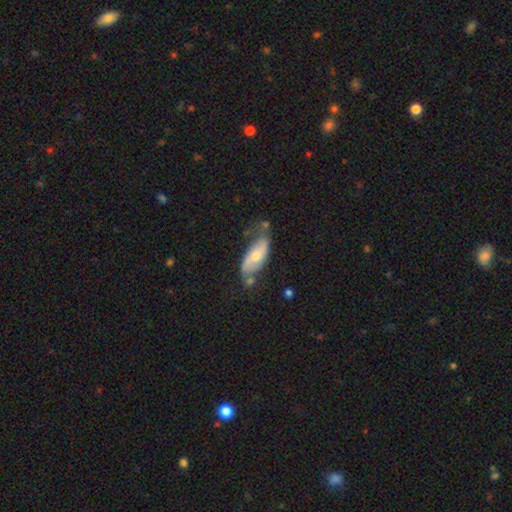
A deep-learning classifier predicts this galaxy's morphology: type=featured or disk (48%); merging=none (51%).